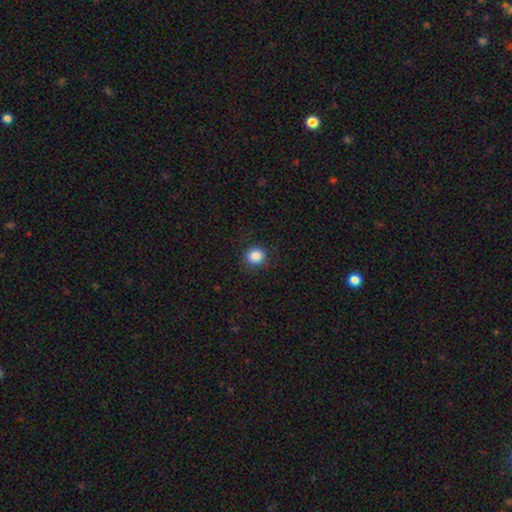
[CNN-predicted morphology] A smooth galaxy with no disk features (86%) that is round (88%).

Vote fractions:
- Smooth or featured? smooth: 86% / star or artifact: 10% / featured or disk: 4%
- How rounded? round: 88% / in between: 11% / cigar-shaped: 1%
- Merging? none: 87% / minor disturbance: 9% / major disturbance: 3% / merger: 1%